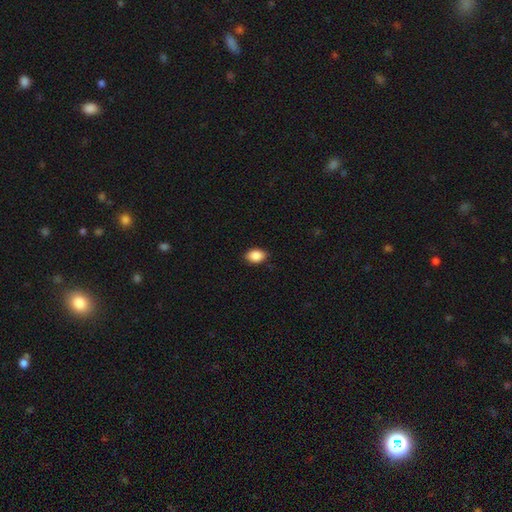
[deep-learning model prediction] Morphology: type=smooth (89%); roundness=in between (84%); merging=none (86%).